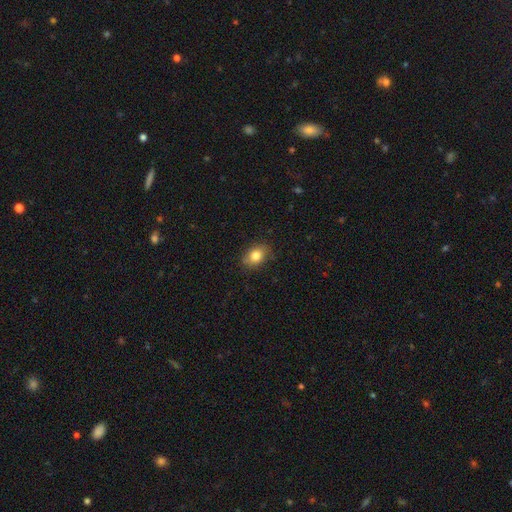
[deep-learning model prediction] A smooth galaxy with no disk features (81%) that is in between round and cigar-shaped (72%). Merging: none (82%).